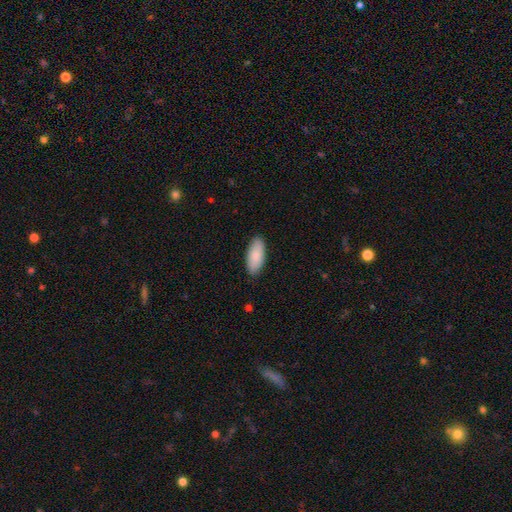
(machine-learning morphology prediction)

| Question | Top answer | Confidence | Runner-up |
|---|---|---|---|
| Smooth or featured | smooth | 85% | featured or disk (10%) |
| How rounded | in between | 86% | cigar-shaped (12%) |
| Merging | none | 87% | minor disturbance (10%) |